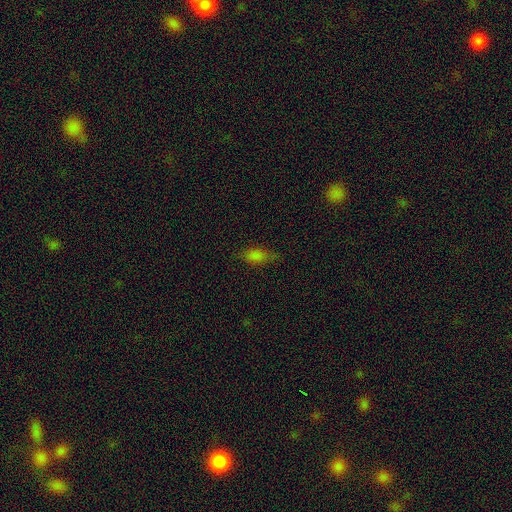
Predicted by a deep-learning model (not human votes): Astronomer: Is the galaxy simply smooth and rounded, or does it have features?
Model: smooth — 77%.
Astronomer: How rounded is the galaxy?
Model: in between — 83%.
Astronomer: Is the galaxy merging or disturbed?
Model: none — 69%.